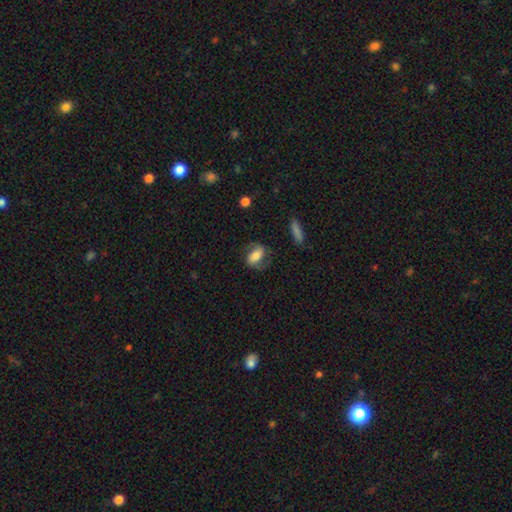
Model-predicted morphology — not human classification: featured or disk 50%, smooth 42%, star or artifact 8%. Down the decision tree: merging — none (68%).